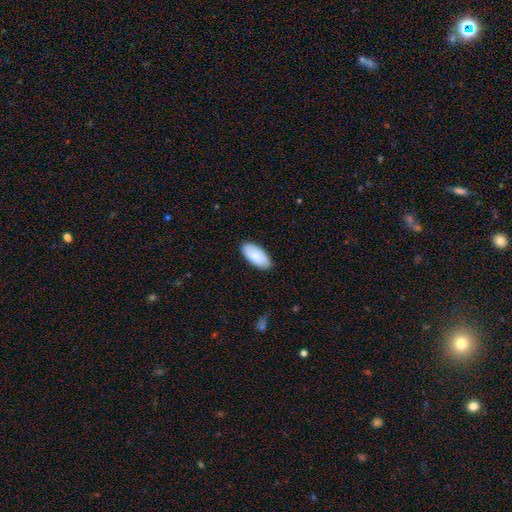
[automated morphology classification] smooth_or_featured: smooth (p=0.88) [alt: featured or disk p=0.07]
how_rounded: in between (p=0.94) [alt: cigar-shaped p=0.05]
merging: none (p=0.88) [alt: minor disturbance p=0.09]